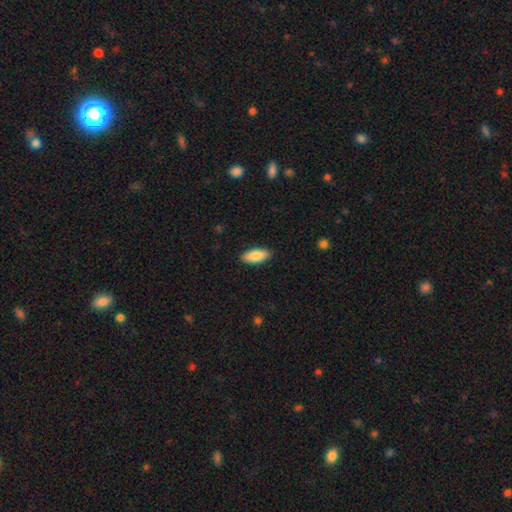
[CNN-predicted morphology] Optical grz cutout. It shows a smooth galaxy with no disk features (87%) that is in between round and cigar-shaped (84%). Merging: none (89%).